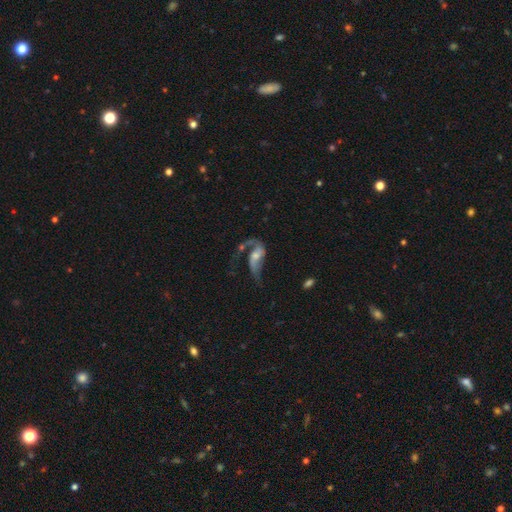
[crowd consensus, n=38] smooth-or-featured: featured or disk: 71% | smooth: 26% | star or artifact: 3%
  disk-edge-on: no: 93% | yes: 7%
    bar: no: 64% | weak: 20% | strong: 16%
    has-spiral-arms: yes: 80% | no: 20%
      spiral-winding: loose: 85% | medium: 15% | tight: 0%
      spiral-arm-count: 2: 65% | 1: 20% | can't tell: 10% | 3: 5% | 4: 0% | more than 4: 0%
    bulge-size: moderate: 40% | small: 28% | large: 16% | none: 16% | dominant: 0%
  merging: major disturbance: 68% | none: 16% | merger: 16% | minor disturbance: 0%